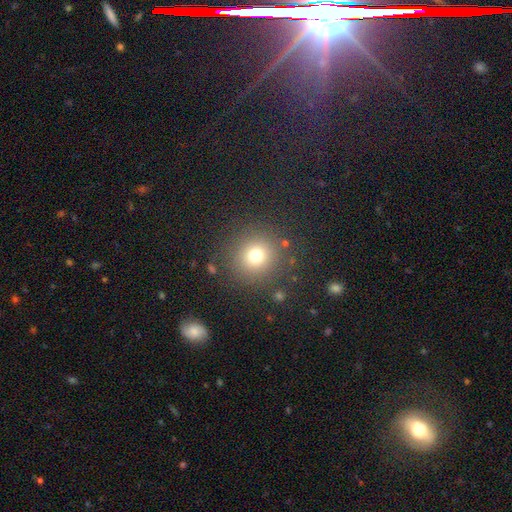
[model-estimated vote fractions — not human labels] Smooth or featured?
  - smooth: 74% *
  - star or artifact: 17%
  - featured or disk: 9%
How rounded?
  - round: 93% *
  - in between: 6%
  - cigar-shaped: 1%
Merging?
  - none: 86% *
  - minor disturbance: 7%
  - major disturbance: 4%
  - merger: 2%